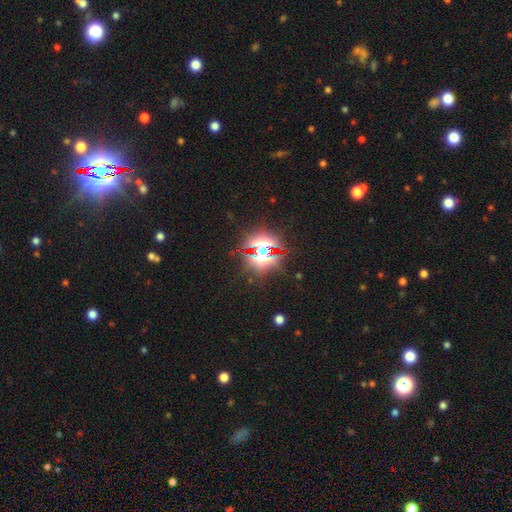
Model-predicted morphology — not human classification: A star or artifact, not a galaxy (84%).

Vote fractions:
- Smooth or featured? star or artifact: 84% / smooth: 9% / featured or disk: 6%